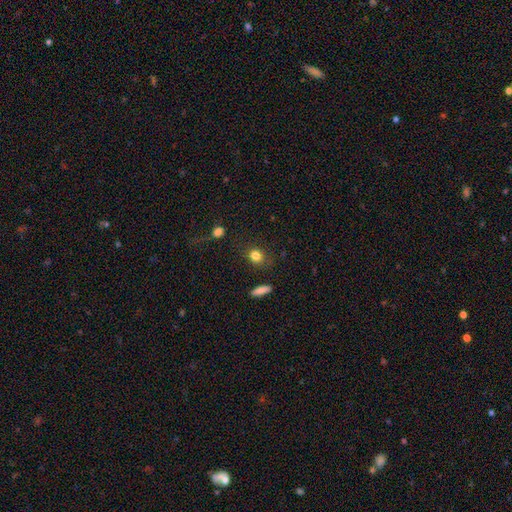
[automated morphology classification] Smooth or featured: smooth — 83% (star or artifact — 11%)
How rounded: round — 63% (in between — 34%)
Merging: none — 78% (minor disturbance — 14%)